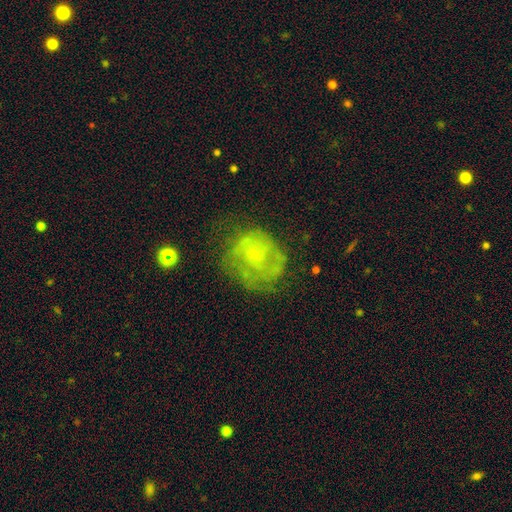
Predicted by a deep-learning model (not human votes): This appears to be a featured or disk galaxy (57%) with no bar (75%), spiral arms (58%) and a small central bulge (51%). Merging: none (57%).